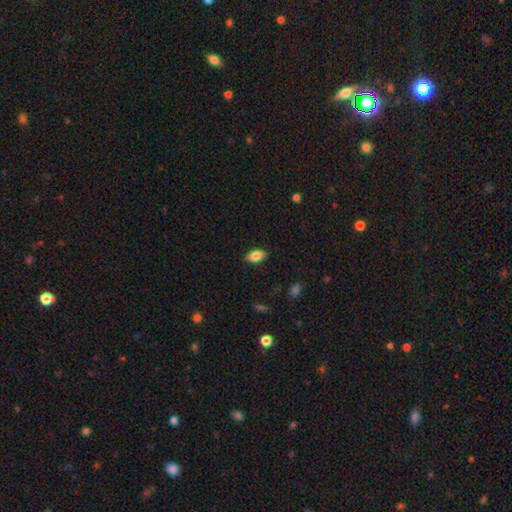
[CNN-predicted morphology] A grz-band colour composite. It shows a smooth galaxy with no disk features (80%) that is in between round and cigar-shaped (89%). Merging: none (84%).